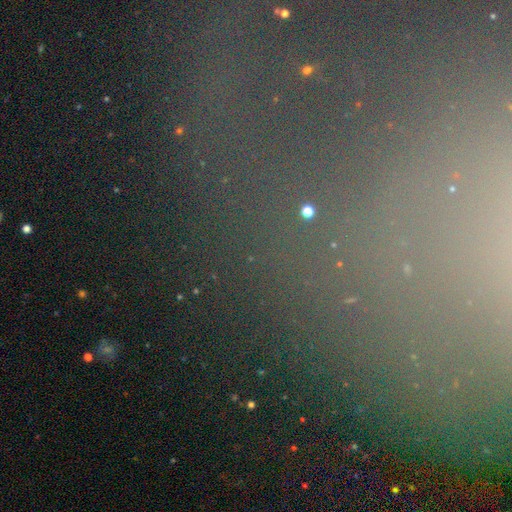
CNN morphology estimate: The model was most divided on "smooth or featured": star or artifact: 74%, smooth: 15%, featured or disk: 11%.